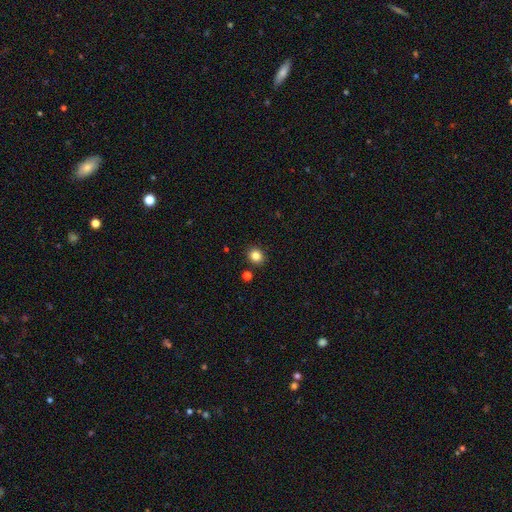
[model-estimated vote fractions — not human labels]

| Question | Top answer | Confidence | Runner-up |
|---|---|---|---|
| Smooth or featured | smooth | 83% | star or artifact (12%) |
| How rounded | round | 76% | in between (23%) |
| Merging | none | 89% | minor disturbance (6%) |